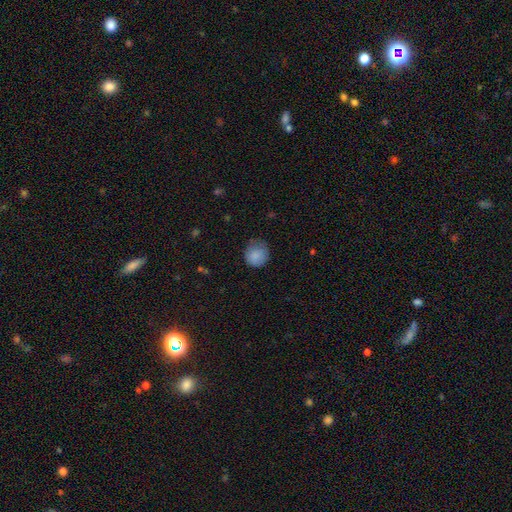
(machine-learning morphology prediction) type=smooth (86%); roundness=round (86%); merging=none (64%).